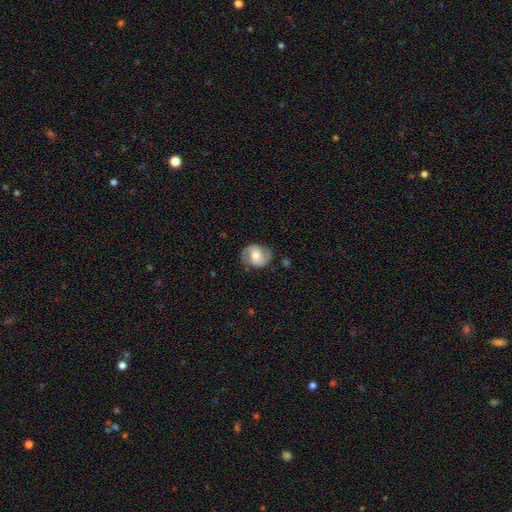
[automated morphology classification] Smooth or featured? Predicted: featured or disk (p=0.66). Edge-on disk? Predicted: no (p=0.97). Bar? Predicted: no (p=0.46). Spiral arms? Predicted: yes (p=0.89). Spiral winding? Predicted: medium (p=0.48). Spiral arm count? Predicted: 2 (p=0.88). Bulge size? Predicted: moderate (p=0.66). Merging? Predicted: none (p=0.76).